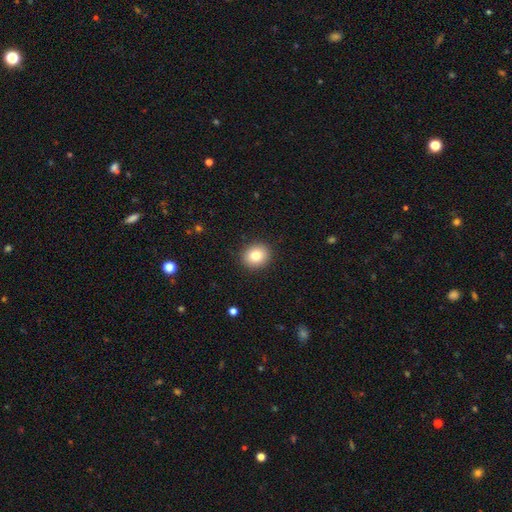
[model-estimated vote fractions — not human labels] Smooth or featured?
  - smooth: 81% *
  - star or artifact: 10%
  - featured or disk: 9%
How rounded?
  - round: 72% *
  - in between: 27%
  - cigar-shaped: 1%
Merging?
  - none: 90% *
  - minor disturbance: 7%
  - major disturbance: 2%
  - merger: 1%